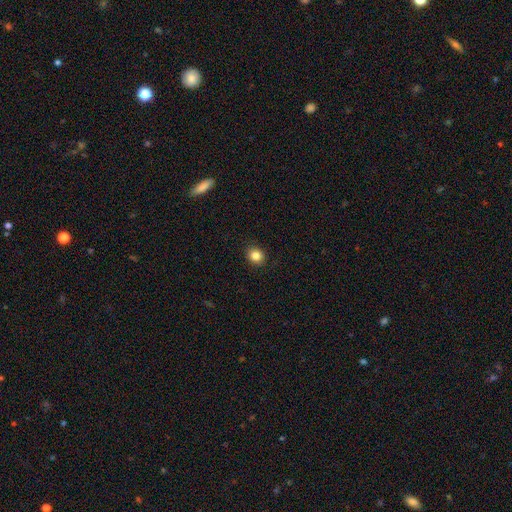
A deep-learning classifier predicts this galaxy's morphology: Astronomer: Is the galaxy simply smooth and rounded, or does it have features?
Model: smooth — 84%.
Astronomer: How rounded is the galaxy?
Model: round — 76%.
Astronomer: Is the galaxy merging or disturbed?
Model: none — 91%.